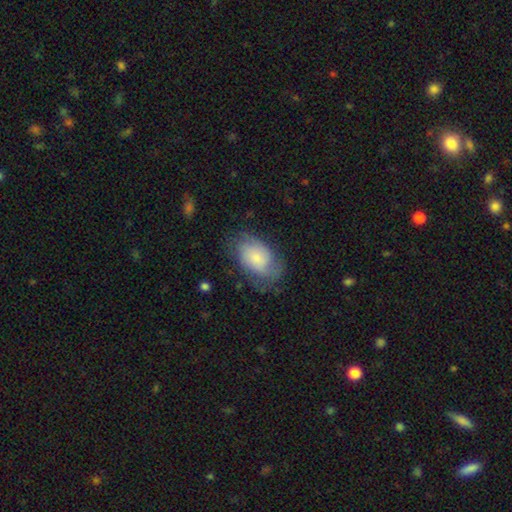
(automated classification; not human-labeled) smooth_or_featured: smooth (p=0.51) [alt: featured or disk p=0.41]
how_rounded: in between (p=0.88) [alt: round p=0.10]
merging: none (p=0.62) [alt: minor disturbance p=0.24]